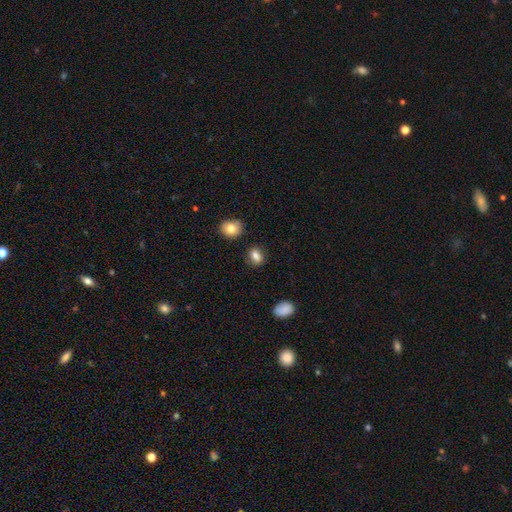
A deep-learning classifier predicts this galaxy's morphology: The model was most divided on "how rounded": in between: 58%, round: 40%, cigar-shaped: 2%. More confident: smooth or featured — smooth (82%); merging — none (80%).